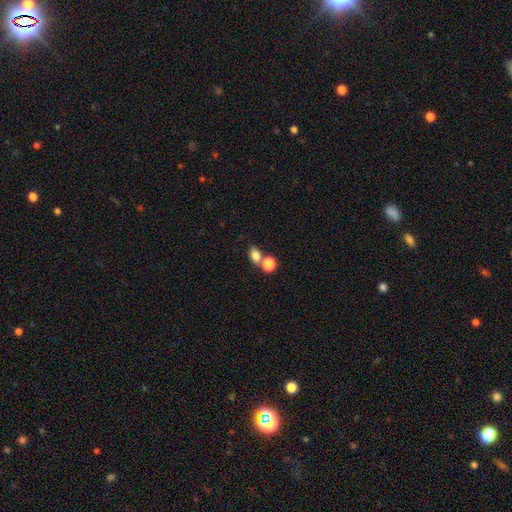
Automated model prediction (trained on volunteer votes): The model was most divided on "merging": none: 45%, merger: 41%, minor disturbance: 10%, major disturbance: 4%. More confident: smooth or featured — smooth (79%); how rounded — in between (66%).